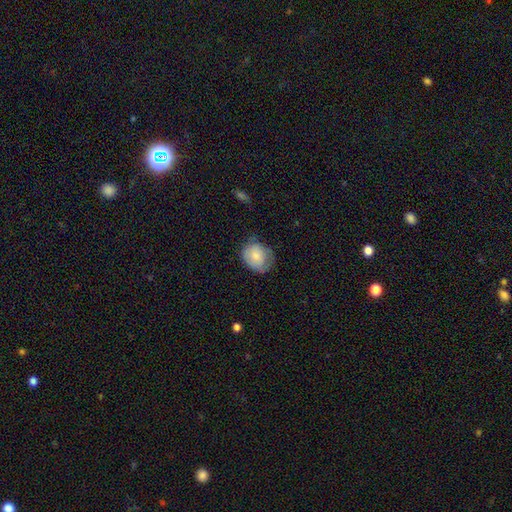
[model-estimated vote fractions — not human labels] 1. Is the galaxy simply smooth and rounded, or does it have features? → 76% smooth, 17% featured or disk, 7% star or artifact.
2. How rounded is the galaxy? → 57% round, 42% in between, 1% cigar-shaped.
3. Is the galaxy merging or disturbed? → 54% none, 33% minor disturbance, 12% major disturbance, 2% merger.